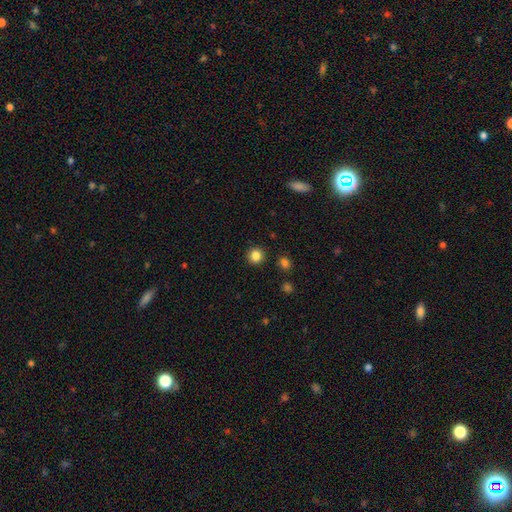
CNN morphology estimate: A smooth galaxy with no disk features (85%) that is round (93%).

Vote fractions:
- Smooth or featured? smooth: 85% / star or artifact: 11% / featured or disk: 4%
- How rounded? round: 93% / in between: 6% / cigar-shaped: 1%
- Merging? none: 91% / minor disturbance: 5% / major disturbance: 2% / merger: 2%